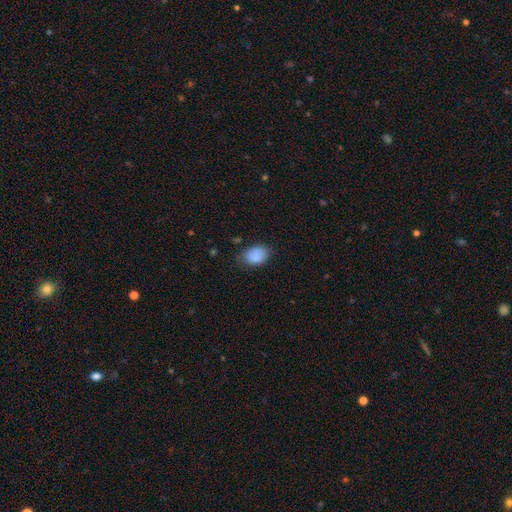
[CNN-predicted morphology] This appears to be a smooth galaxy with no disk features (87%) that is in between round and cigar-shaped (79%). Merging: none (68%).